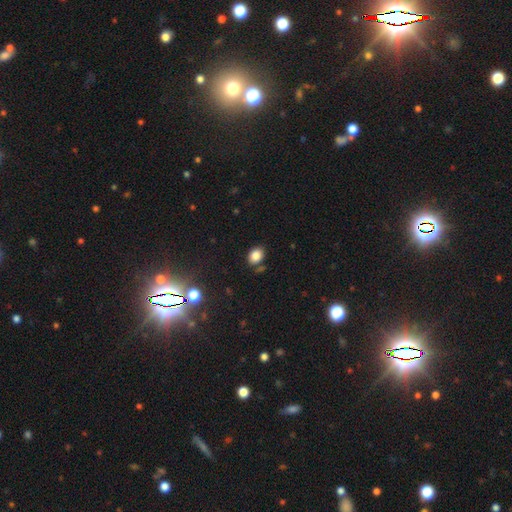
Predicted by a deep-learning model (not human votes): Smooth or featured? Predicted: smooth (p=0.83). How rounded? Predicted: in between (p=0.69). Merging? Predicted: none (p=0.77).